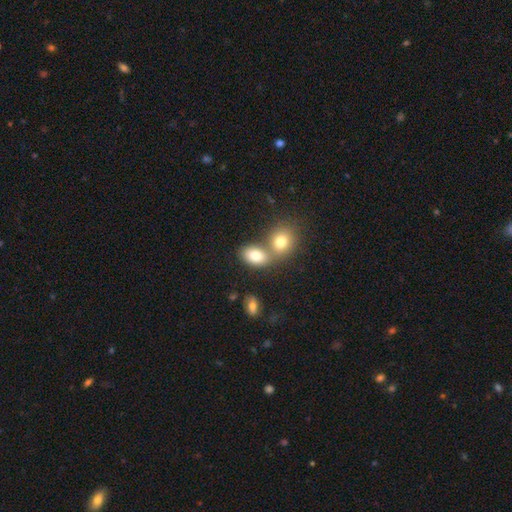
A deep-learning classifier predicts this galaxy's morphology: A smooth galaxy with no disk features (79%) that is in between round and cigar-shaped (76%).

Vote fractions:
- Smooth or featured? smooth: 79% / featured or disk: 11% / star or artifact: 10%
- How rounded? in between: 76% / round: 22% / cigar-shaped: 2%
- Merging? merger: 46% / none: 42% / minor disturbance: 9% / major disturbance: 3%